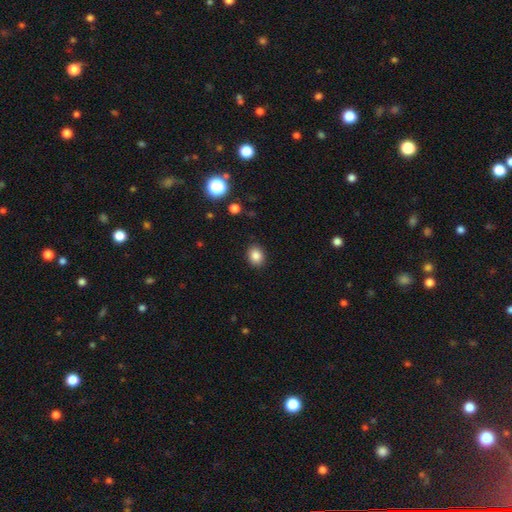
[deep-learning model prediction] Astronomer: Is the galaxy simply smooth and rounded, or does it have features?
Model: smooth — 85%.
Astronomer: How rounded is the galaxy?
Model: round — 55% (runner-up: in between, 44%).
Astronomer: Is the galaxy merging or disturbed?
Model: none — 89%.